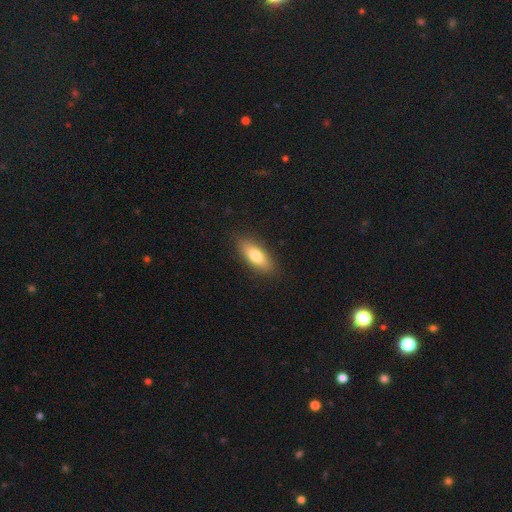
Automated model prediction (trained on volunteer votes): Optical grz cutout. It shows a smooth galaxy with no disk features (77%) that is in between round and cigar-shaped (69%). Merging: none (87%).